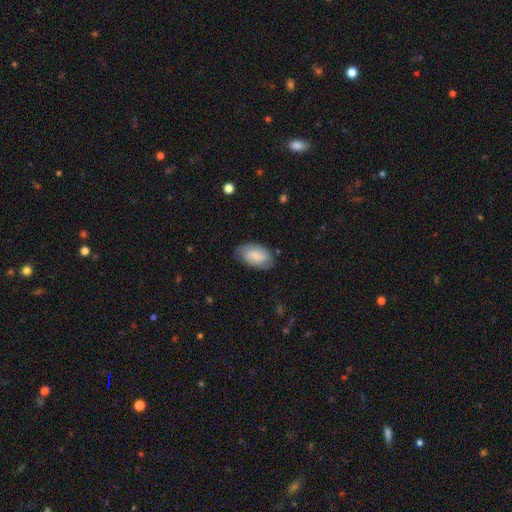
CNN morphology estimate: Q: Smooth or featured?
A: smooth (62%); runner-up: featured or disk (31%)
Q: How rounded?
A: in between (93%); runner-up: round (5%)
Q: Merging?
A: none (76%); runner-up: minor disturbance (18%)